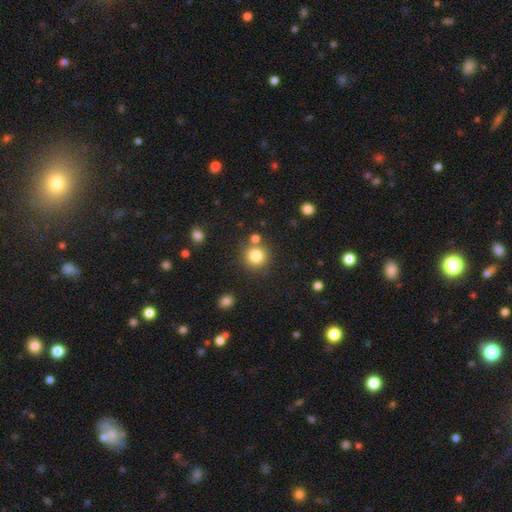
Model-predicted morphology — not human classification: type=smooth (81%); roundness=round (93%); merging=none (79%).